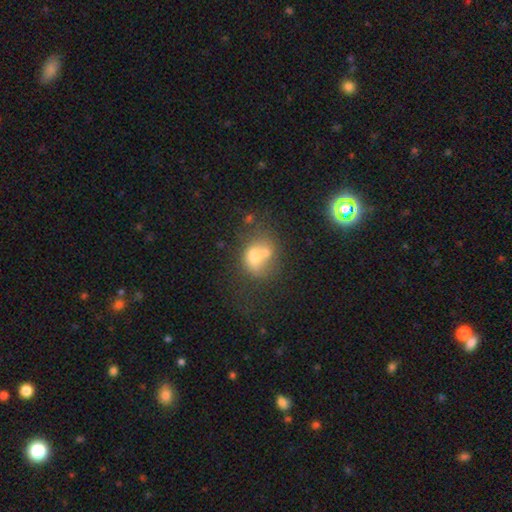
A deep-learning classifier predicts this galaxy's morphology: This is likely a smooth galaxy (64%). How rounded: possibly round (52%). Merging: possibly merger (53%).